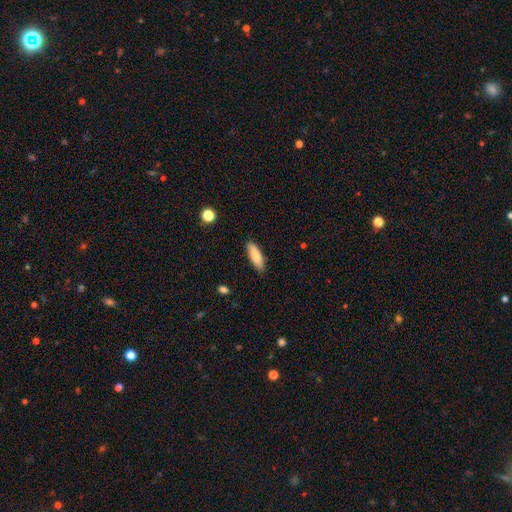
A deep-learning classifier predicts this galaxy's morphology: Smooth or featured? smooth (79%)
How rounded? cigar-shaped (49%, tied with in between)
Merging? none (86%)